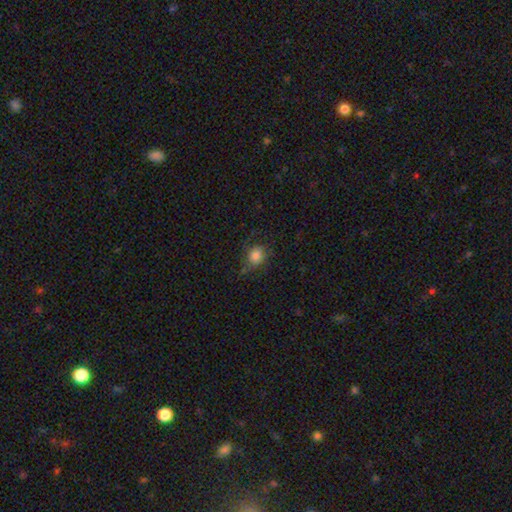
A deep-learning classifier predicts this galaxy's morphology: Smooth or featured? smooth (80%)
How rounded? round (73%)
Merging? none (68%)